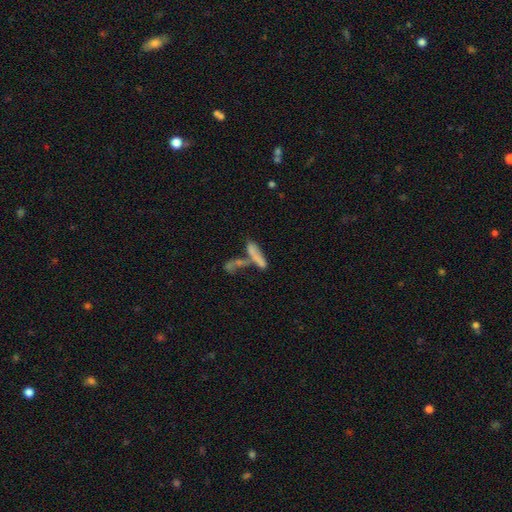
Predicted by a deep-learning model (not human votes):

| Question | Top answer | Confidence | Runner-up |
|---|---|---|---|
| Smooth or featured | smooth | 60% | featured or disk (27%) |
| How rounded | cigar-shaped | 70% | in between (27%) |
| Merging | merger | 50% | none (28%) |